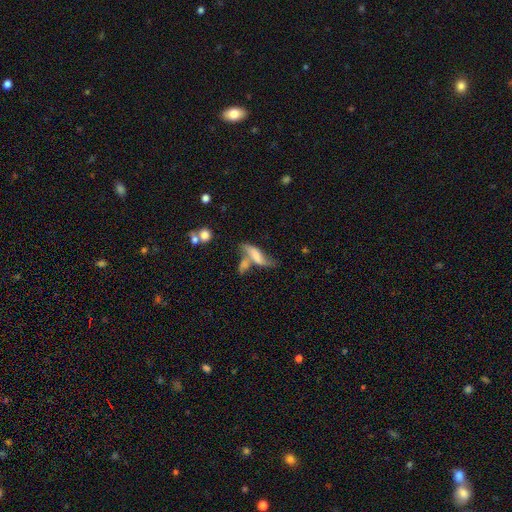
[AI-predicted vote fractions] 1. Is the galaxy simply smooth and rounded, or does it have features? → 50% smooth, 41% featured or disk, 9% star or artifact.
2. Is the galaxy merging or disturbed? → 42% merger, 29% none, 16% minor disturbance, 14% major disturbance.